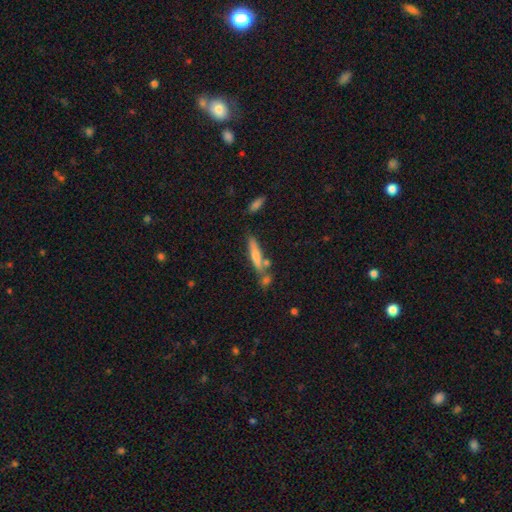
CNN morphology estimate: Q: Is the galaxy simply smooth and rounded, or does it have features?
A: smooth — 57%.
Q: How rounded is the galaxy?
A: cigar-shaped — 87%.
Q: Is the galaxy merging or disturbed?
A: none — 67%.